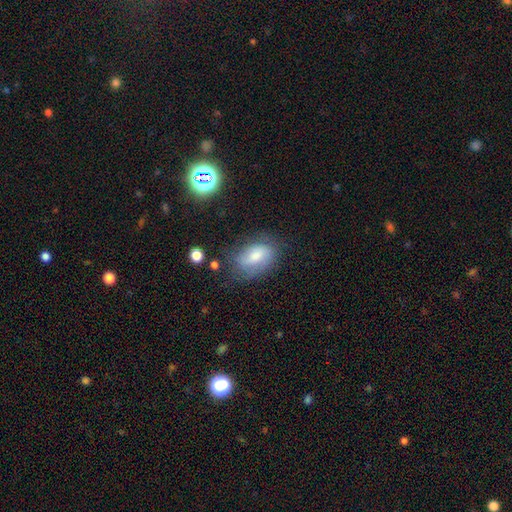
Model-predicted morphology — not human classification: smooth 63%, featured or disk 29%, star or artifact 9%. Down the decision tree: how rounded — in between (87%); merging — none (56%).